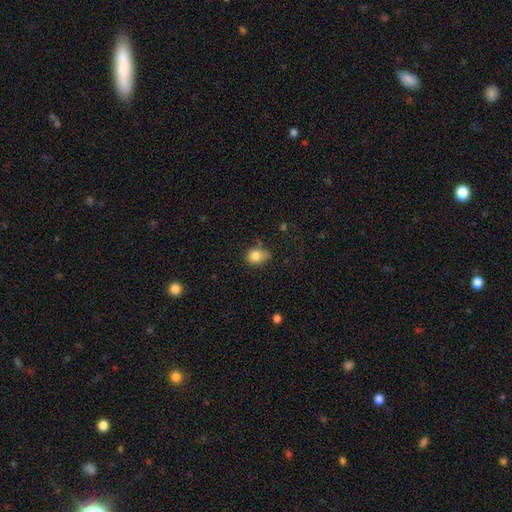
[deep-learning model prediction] Morphology: type=smooth (80%); roundness=in between (50%); merging=none (52%).